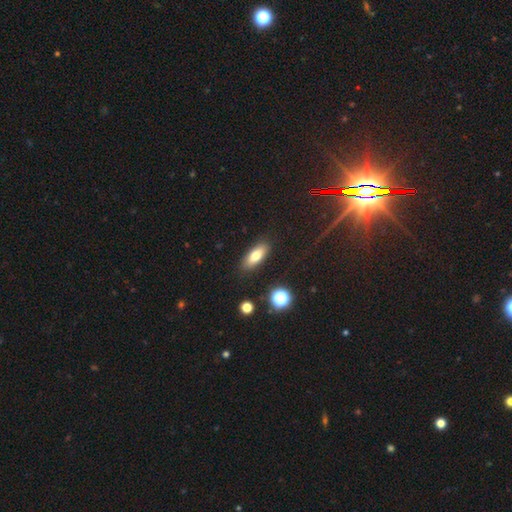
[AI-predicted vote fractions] Overall: smooth (75%). How rounded: in between (72%). Merging: none (86%).